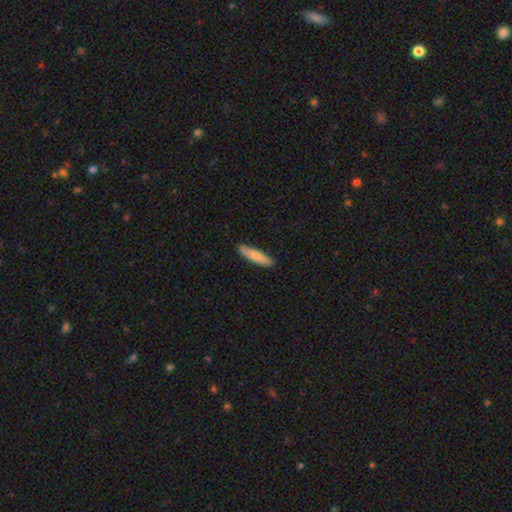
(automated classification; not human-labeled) The model was most divided on "how rounded": cigar-shaped: 79%, in between: 20%, round: 1%. More confident: merging — none (88%); smooth or featured — smooth (81%).